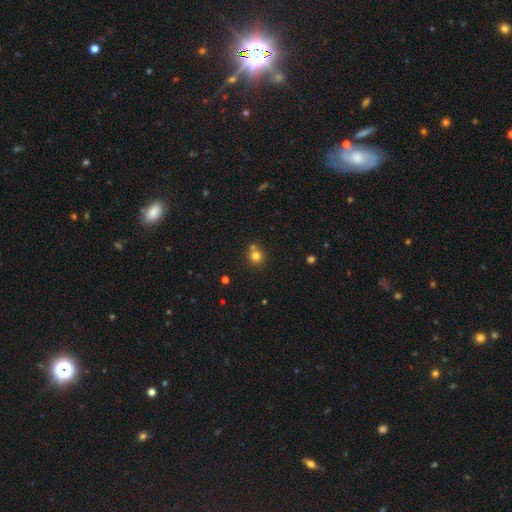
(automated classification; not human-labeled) Overall: smooth (78%). How rounded: round (88%). Merging: none (63%; merger 26%).